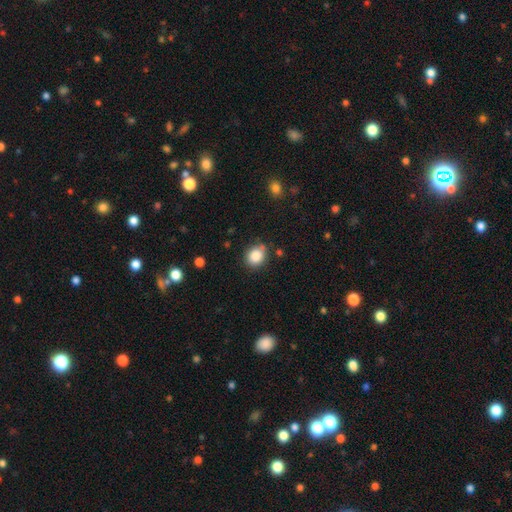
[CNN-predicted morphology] Smooth or featured? smooth (86%)
How rounded? round (62%)
Merging? none (76%)